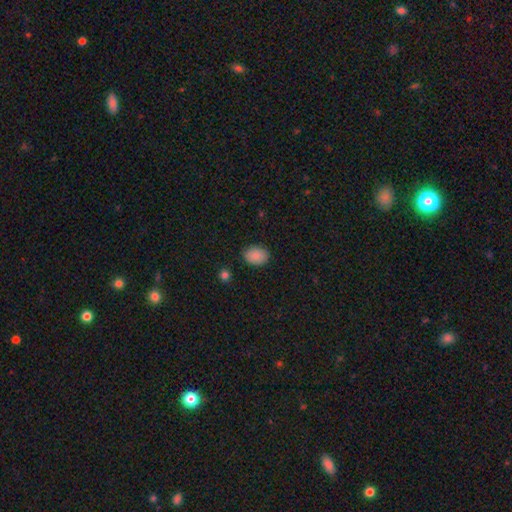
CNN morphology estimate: A smooth galaxy with no disk features (87%) that is in between round and cigar-shaped (70%).

Vote fractions:
- Smooth or featured? smooth: 87% / star or artifact: 8% / featured or disk: 5%
- How rounded? in between: 70% / round: 29% / cigar-shaped: 1%
- Merging? none: 86% / minor disturbance: 11% / major disturbance: 2% / merger: 1%